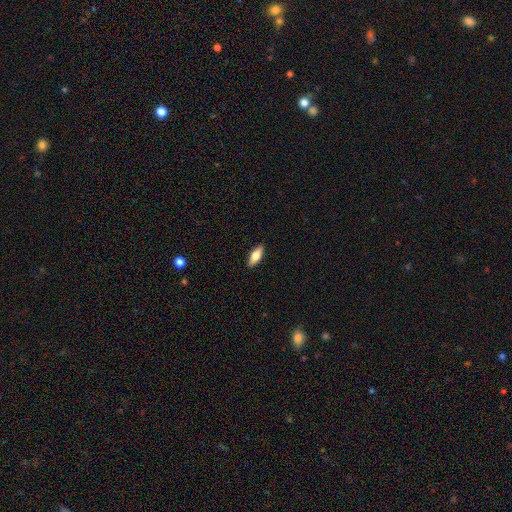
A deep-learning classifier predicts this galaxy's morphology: A smooth galaxy with no disk features (77%) that is in between round and cigar-shaped (80%).

Vote fractions:
- Smooth or featured? smooth: 77% / featured or disk: 17% / star or artifact: 6%
- How rounded? in between: 80% / cigar-shaped: 18% / round: 2%
- Merging? none: 89% / minor disturbance: 8% / major disturbance: 2% / merger: 1%